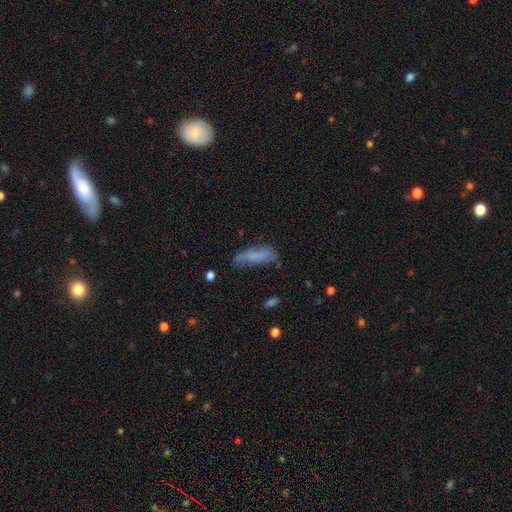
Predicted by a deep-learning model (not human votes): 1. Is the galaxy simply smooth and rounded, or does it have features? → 59% smooth, 31% featured or disk, 10% star or artifact.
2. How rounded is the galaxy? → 51% cigar-shaped, 46% in between, 2% round.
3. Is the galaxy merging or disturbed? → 50% none, 30% minor disturbance, 15% major disturbance, 5% merger.